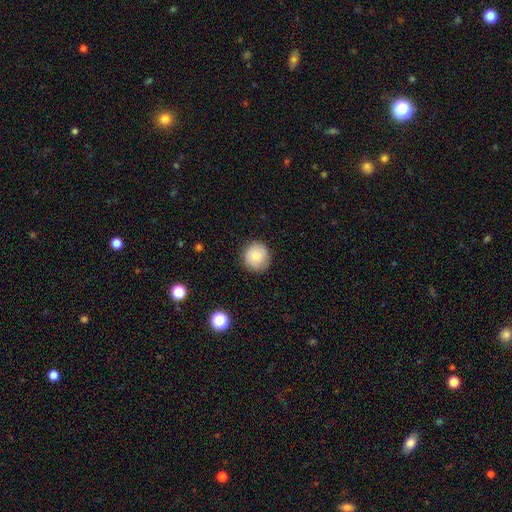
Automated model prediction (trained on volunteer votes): Q: Smooth or featured?
A: smooth (84%); runner-up: star or artifact (8%)
Q: How rounded?
A: round (94%); runner-up: in between (5%)
Q: Merging?
A: none (89%); runner-up: minor disturbance (8%)